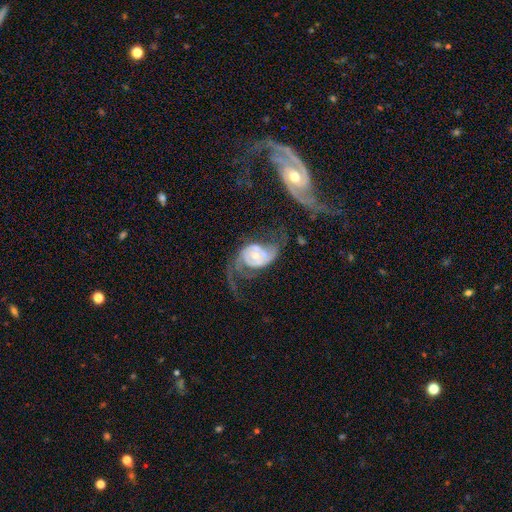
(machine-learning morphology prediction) Smooth or featured: featured or disk — 84% (smooth — 11%)
Edge-on disk: no — 97% (yes — 3%)
Bar: no — 62% (weak — 27%)
Spiral arms: yes — 90% (no — 10%)
Spiral winding: loose — 50% (medium — 35%)
Spiral arm count: 2 — 84% (can't tell — 6%)
Bulge size: moderate — 53% (small — 40%)
Merging: none — 38% (major disturbance — 36%)